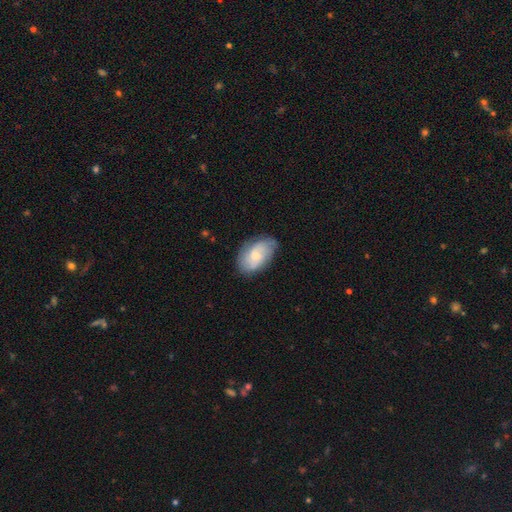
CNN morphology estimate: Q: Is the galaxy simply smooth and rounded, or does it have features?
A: smooth — 51%.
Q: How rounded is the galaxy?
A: in between — 90%.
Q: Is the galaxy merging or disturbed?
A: none — 69%.